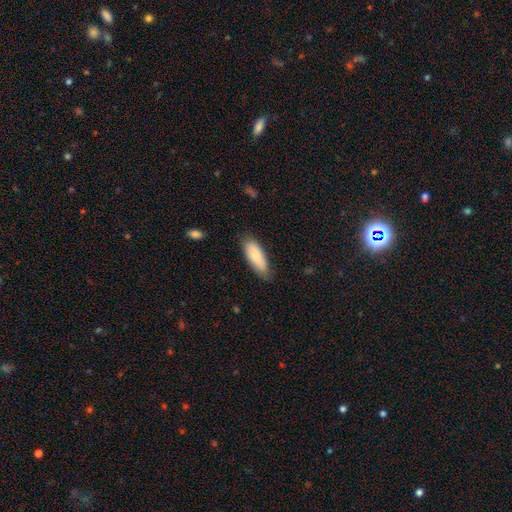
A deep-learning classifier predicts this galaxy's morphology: type=smooth (82%); roundness=in between (72%); merging=none (76%).